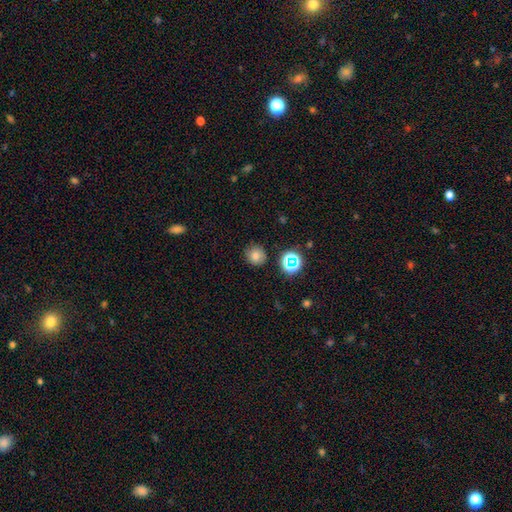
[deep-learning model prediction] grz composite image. It shows a smooth galaxy with no disk features (71%) that is round (89%). Merging: none (86%).